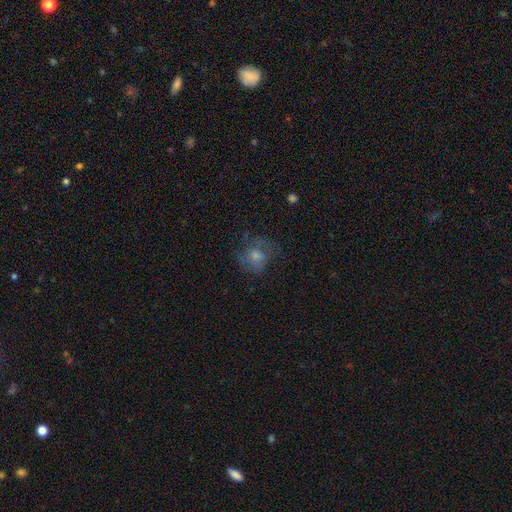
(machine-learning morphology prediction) Overall: smooth (44%; featured or disk 39%). Merging: none (61%; minor disturbance 21%).